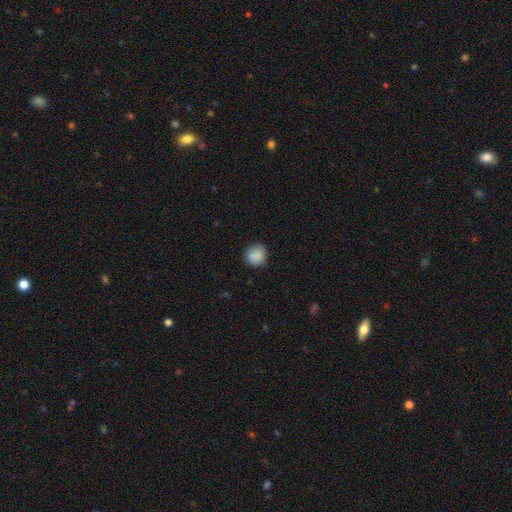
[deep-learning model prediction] smooth 84%, featured or disk 8%, star or artifact 8%. Down the decision tree: how rounded — round (88%); merging — none (82%).